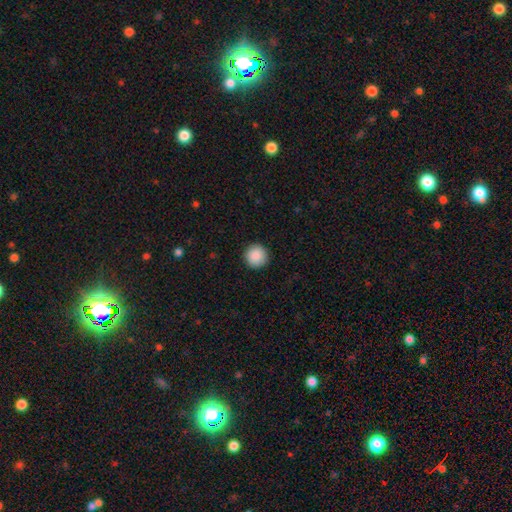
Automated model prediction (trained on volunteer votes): Q: Smooth or featured?
A: smooth (89%); runner-up: star or artifact (8%)
Q: How rounded?
A: round (96%); runner-up: in between (3%)
Q: Merging?
A: none (93%); runner-up: minor disturbance (5%)